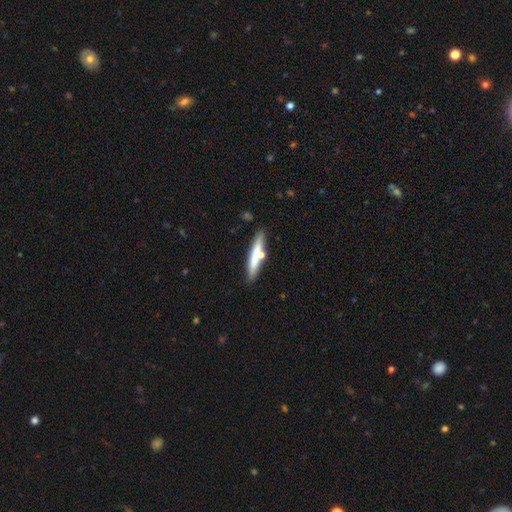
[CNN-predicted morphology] Q: Smooth or featured?
A: smooth (62%); runner-up: featured or disk (32%)
Q: How rounded?
A: cigar-shaped (90%); runner-up: in between (9%)
Q: Merging?
A: none (76%); runner-up: minor disturbance (11%)